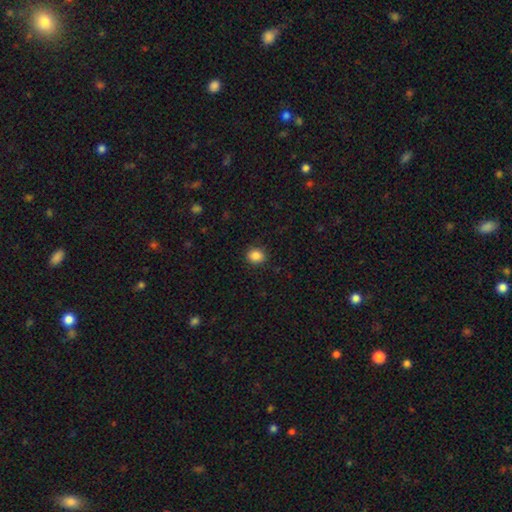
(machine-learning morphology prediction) Q: Smooth or featured?
A: smooth (87%); runner-up: star or artifact (10%)
Q: How rounded?
A: round (68%); runner-up: in between (31%)
Q: Merging?
A: none (90%); runner-up: minor disturbance (7%)